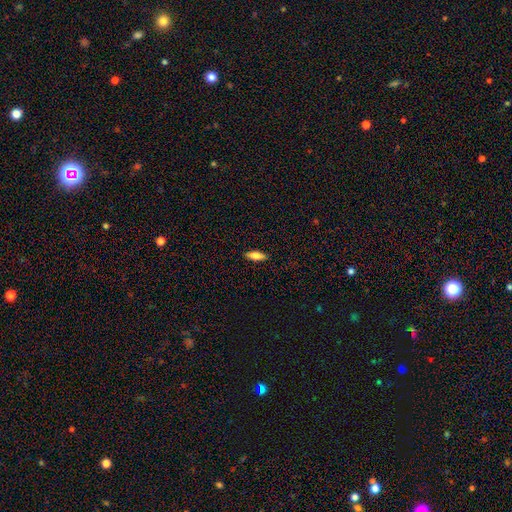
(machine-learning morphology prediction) A smooth galaxy with no disk features (76%) that is in between round and cigar-shaped (66%). Merging: none (88%).